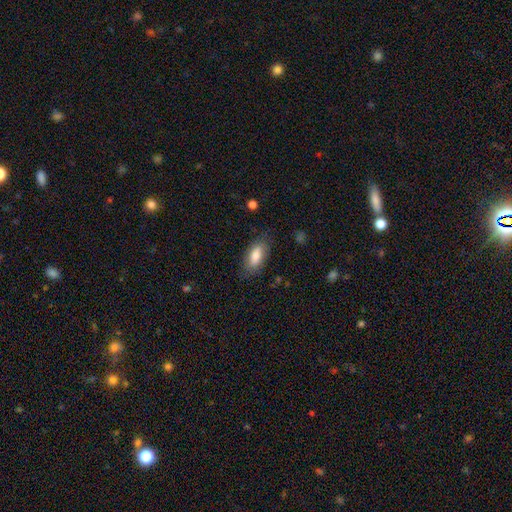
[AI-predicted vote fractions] Smooth or featured? smooth (80%)
How rounded? in between (87%)
Merging? none (78%)